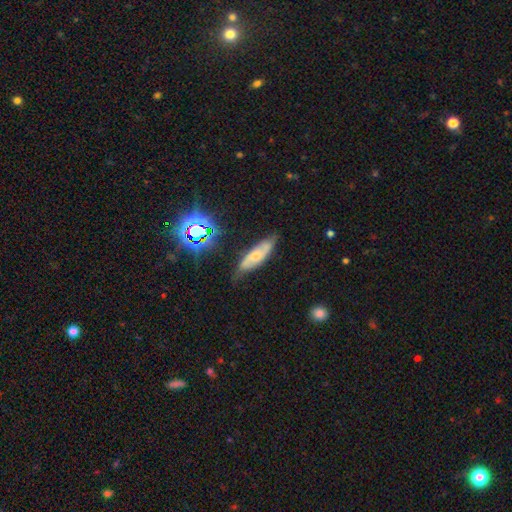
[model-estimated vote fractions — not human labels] Smooth or featured?
  - featured or disk: 51% *
  - smooth: 34%
  - star or artifact: 15%
Edge-on disk?
  - no: 67% *
  - yes: 33%
Merging?
  - none: 71% *
  - minor disturbance: 22%
  - major disturbance: 5%
  - merger: 2%